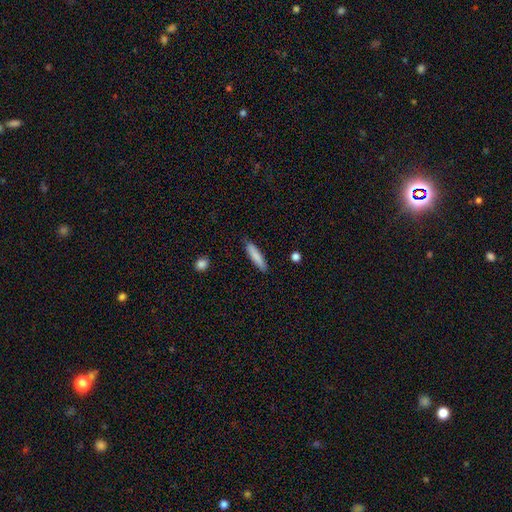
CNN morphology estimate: smooth 83%, featured or disk 11%, star or artifact 6%. Down the decision tree: how rounded — cigar-shaped (85%); merging — none (87%).